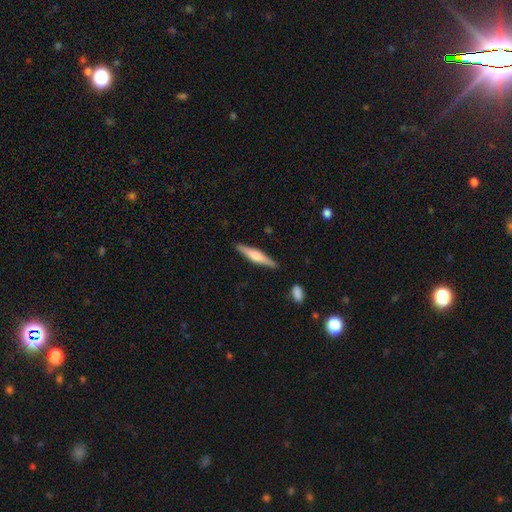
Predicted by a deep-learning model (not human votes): This appears to be a featured or disk galaxy (57%) viewed edge-on (97%) with a rounded central bulge (79%). Merging: none (89%).